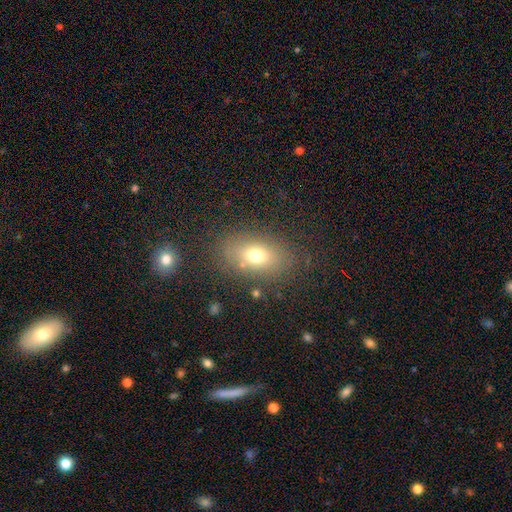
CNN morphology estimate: Overall: smooth (70%). How rounded: in between (82%). Merging: none (79%).